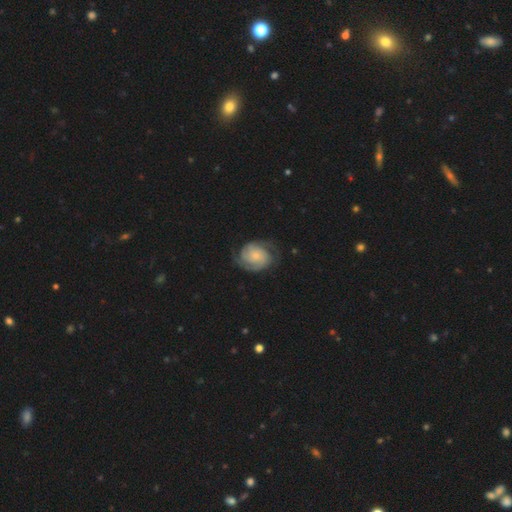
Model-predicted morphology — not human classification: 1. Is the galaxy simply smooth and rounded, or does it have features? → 81% featured or disk, 14% smooth, 5% star or artifact.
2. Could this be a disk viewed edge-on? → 98% no, 2% yes.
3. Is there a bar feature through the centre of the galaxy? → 72% no, 23% weak, 5% strong.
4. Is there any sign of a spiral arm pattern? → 97% yes, 3% no.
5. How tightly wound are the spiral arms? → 58% tight, 34% medium, 9% loose.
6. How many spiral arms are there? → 59% 2, 17% 3, 13% can't tell, 4% 4, 4% 1, 3% more than 4.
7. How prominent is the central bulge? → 58% small, 22% moderate, 13% none, 5% large, 2% dominant.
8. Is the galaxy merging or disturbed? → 72% none, 18% minor disturbance, 9% major disturbance, 1% merger.